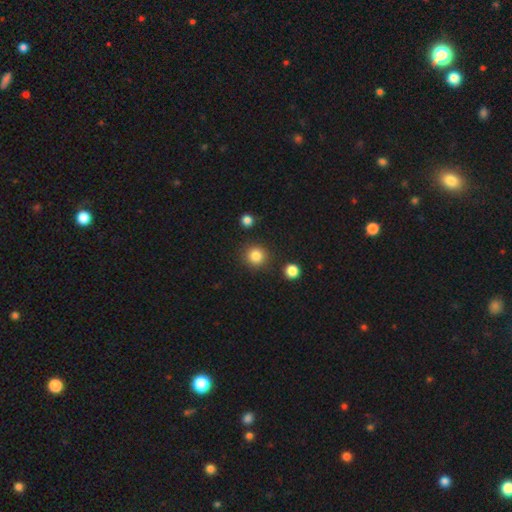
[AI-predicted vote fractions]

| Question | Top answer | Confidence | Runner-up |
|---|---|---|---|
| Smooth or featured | smooth | 85% | star or artifact (11%) |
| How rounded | round | 92% | in between (7%) |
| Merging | none | 88% | minor disturbance (6%) |